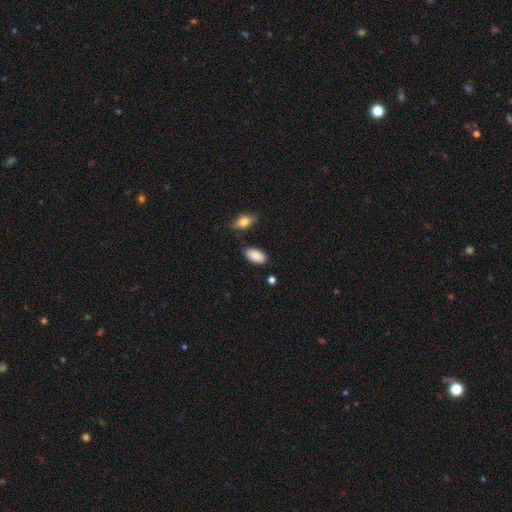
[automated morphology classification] This is clearly a smooth galaxy (89%). How rounded: clearly in between (95%). Merging: clearly none (83%).